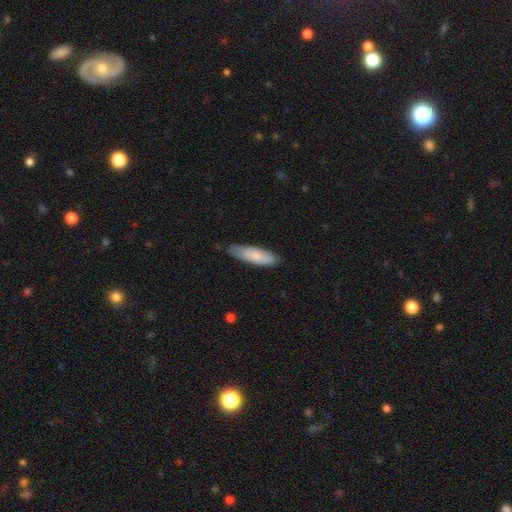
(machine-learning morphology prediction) This is clearly a smooth galaxy (81%). How rounded: likely cigar-shaped (62%). Merging: clearly none (81%).